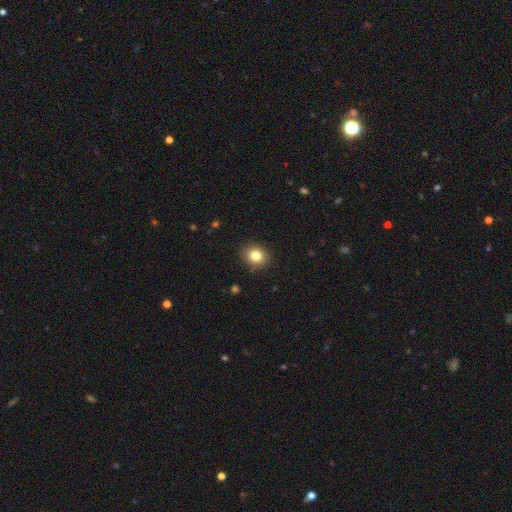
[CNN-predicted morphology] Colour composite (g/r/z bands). It shows a smooth galaxy with no disk features (82%) that is round (74%). Merging: none (89%).